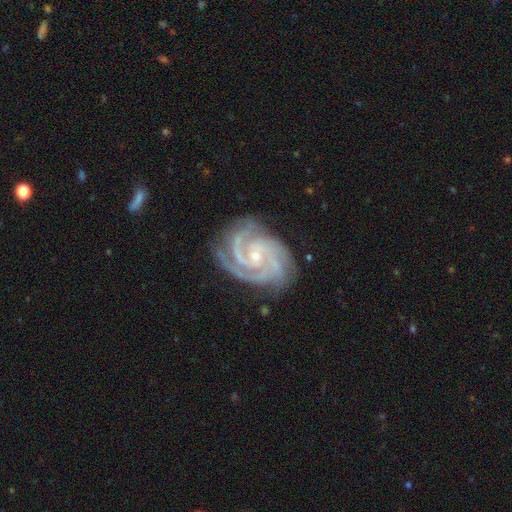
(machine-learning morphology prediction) Smooth or featured? featured or disk (93%)
Edge-on disk? no (98%)
Bar? no (62%)
Spiral arms? yes (99%)
Spiral winding? tight (69%)
Spiral arm count? 3 (53%)
Bulge size? small (76%)
Merging? none (77%)